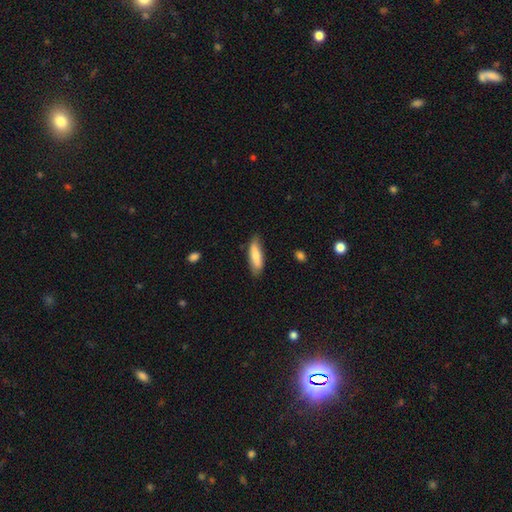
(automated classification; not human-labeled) Overall: smooth (77%). How rounded: cigar-shaped (56%; in between 42%). Merging: none (78%).